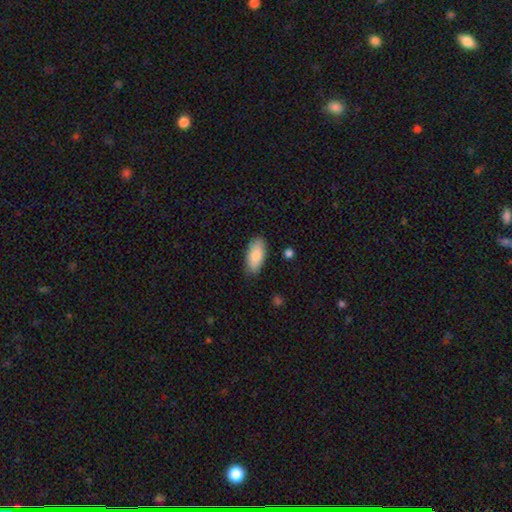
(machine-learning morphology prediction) type=smooth (88%); roundness=in between (91%); merging=none (83%).